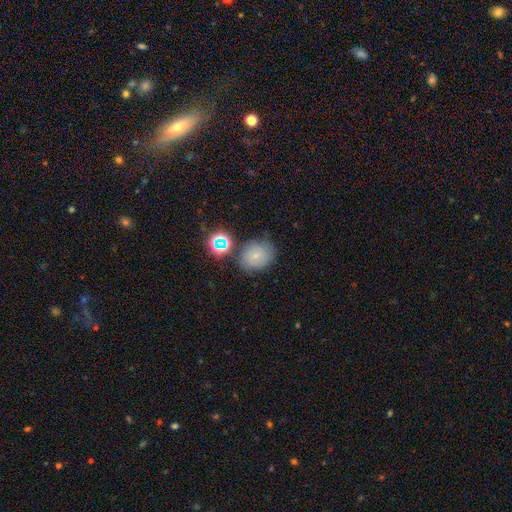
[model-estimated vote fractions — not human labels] A smooth galaxy with no disk features (61%) that is round (63%). Merging: none (70%).